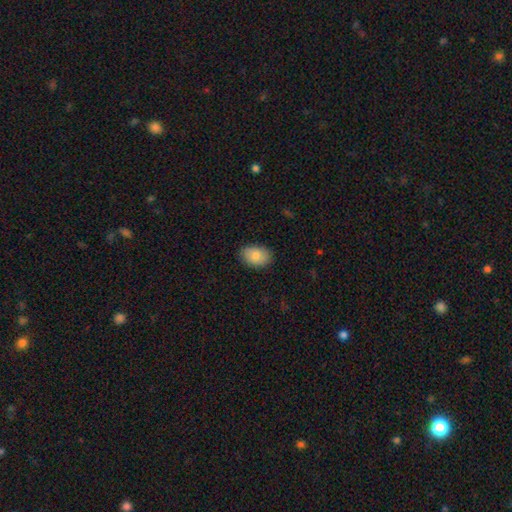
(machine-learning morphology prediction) This appears to be a smooth galaxy with no disk features (86%) that is in between round and cigar-shaped (85%). Merging: none (86%).